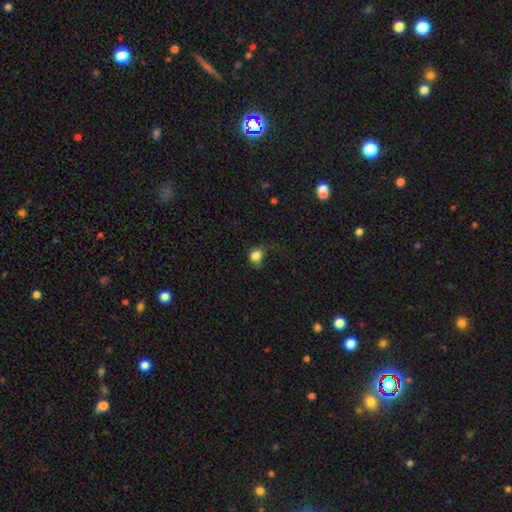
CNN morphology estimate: Smooth or featured? Predicted: smooth (p=0.83). How rounded? Predicted: round (p=0.61). Merging? Predicted: none (p=0.43).